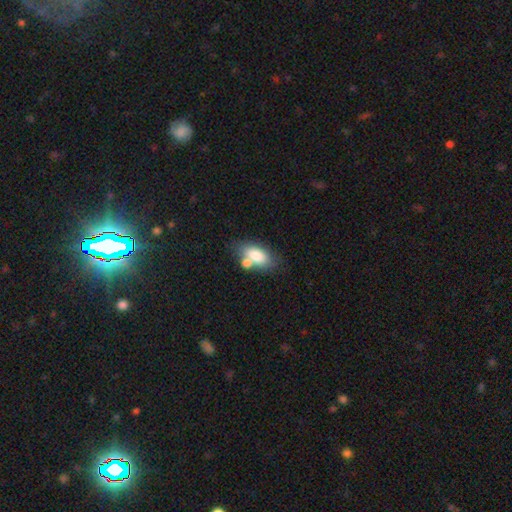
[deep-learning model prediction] Morphology: type=smooth (78%); roundness=in between (88%); merging=none (50%).